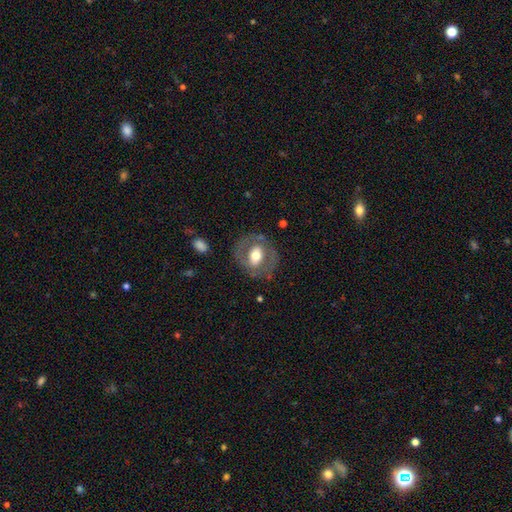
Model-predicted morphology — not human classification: Smooth or featured? Predicted: featured or disk (p=0.53). Edge-on disk? Predicted: no (p=0.94). Merging? Predicted: none (p=0.75).